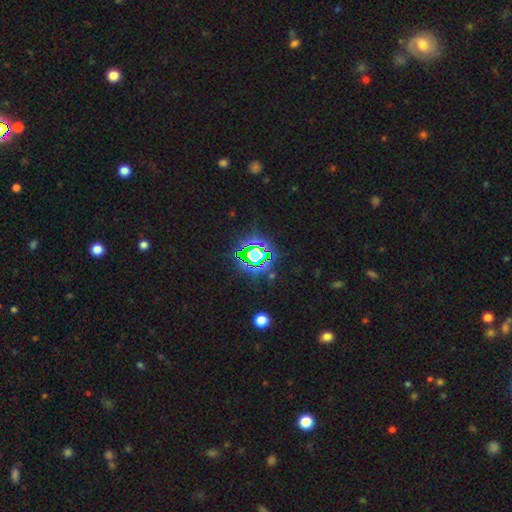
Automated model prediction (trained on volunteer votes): Smooth or featured? star or artifact (74%)